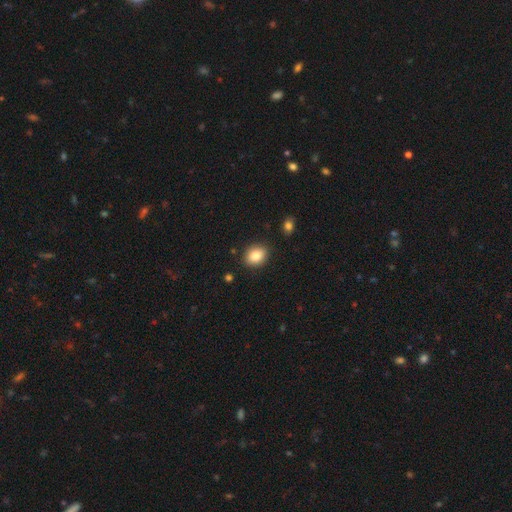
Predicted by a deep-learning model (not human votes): Smooth or featured?
  - smooth: 85% *
  - star or artifact: 9%
  - featured or disk: 7%
How rounded?
  - in between: 61% *
  - round: 38%
  - cigar-shaped: 1%
Merging?
  - none: 87% *
  - minor disturbance: 9%
  - major disturbance: 2%
  - merger: 2%